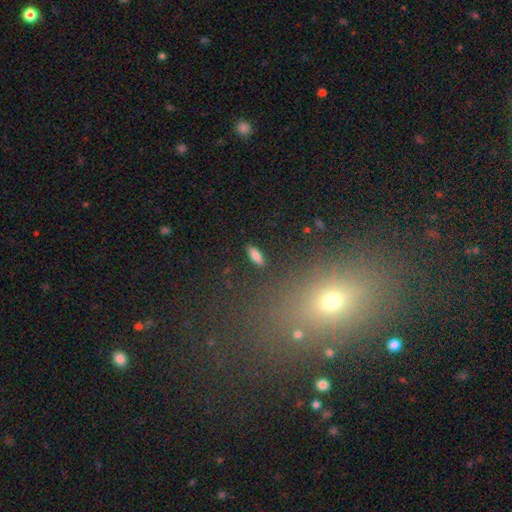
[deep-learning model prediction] Smooth or featured? smooth (82%)
How rounded? in between (67%)
Merging? none (87%)